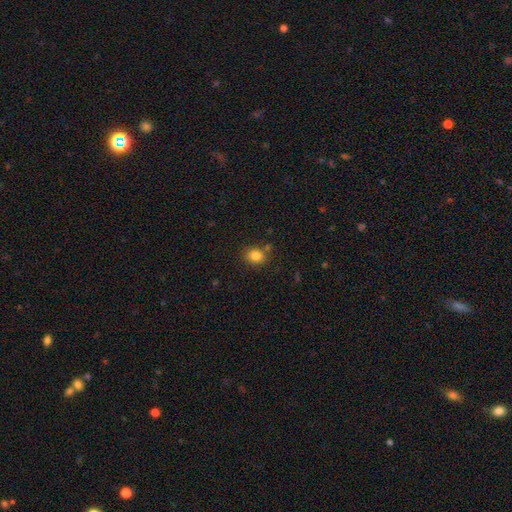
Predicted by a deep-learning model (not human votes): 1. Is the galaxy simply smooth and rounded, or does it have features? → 84% smooth, 11% star or artifact, 5% featured or disk.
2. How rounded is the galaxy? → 66% round, 34% in between, 1% cigar-shaped.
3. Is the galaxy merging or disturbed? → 78% none, 12% minor disturbance, 7% merger, 3% major disturbance.